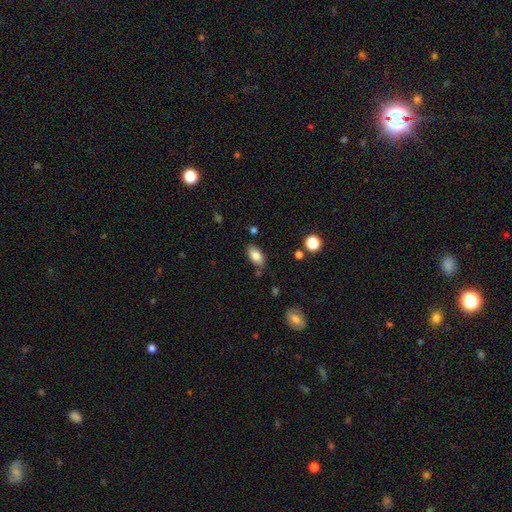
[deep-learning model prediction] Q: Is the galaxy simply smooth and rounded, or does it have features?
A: smooth — 81%.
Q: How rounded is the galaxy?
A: in between — 90%.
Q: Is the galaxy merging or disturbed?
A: none — 79%.